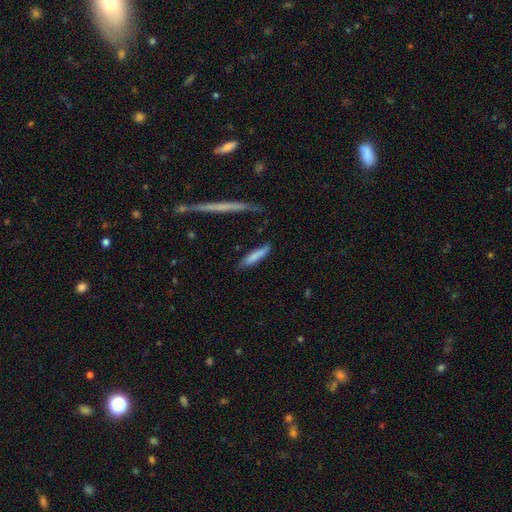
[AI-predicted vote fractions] Overall: smooth (79%). How rounded: cigar-shaped (84%). Merging: none (77%).